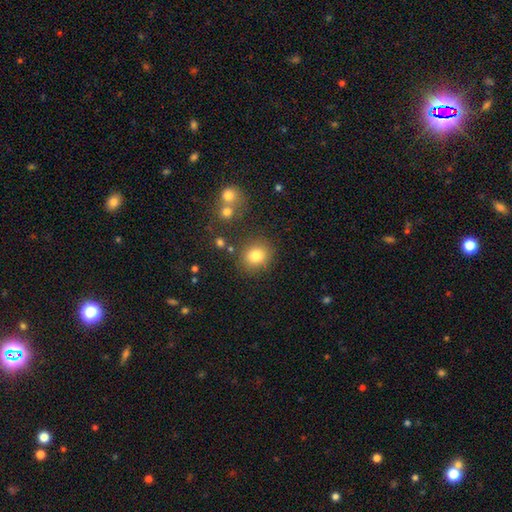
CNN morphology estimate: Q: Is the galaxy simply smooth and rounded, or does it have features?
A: smooth — 81%.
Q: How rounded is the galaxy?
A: round — 79%.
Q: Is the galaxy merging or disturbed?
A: none — 82%.